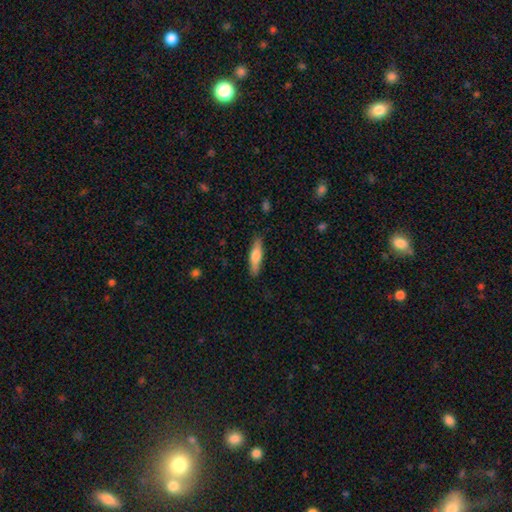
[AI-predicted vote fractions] This appears to be a smooth galaxy with no disk features (62%) that is cigar-shaped (74%). Merging: none (87%).